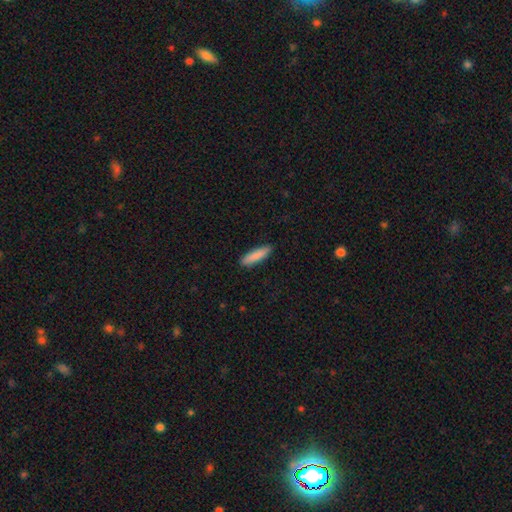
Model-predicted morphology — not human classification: Smooth or featured: smooth — 87% (featured or disk — 7%)
How rounded: cigar-shaped — 74% (in between — 24%)
Merging: none — 89% (minor disturbance — 8%)